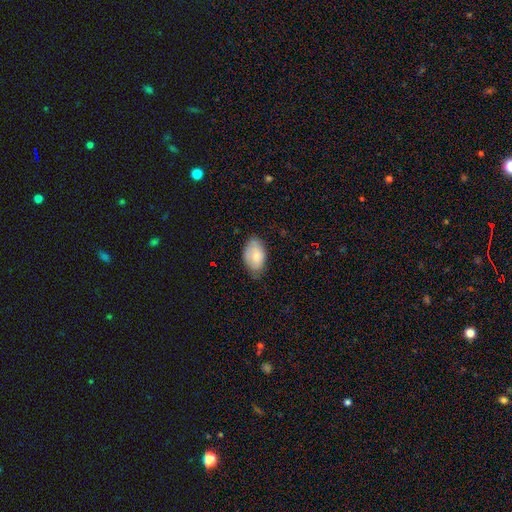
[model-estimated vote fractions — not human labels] smooth 76%, featured or disk 17%, star or artifact 7%. Down the decision tree: how rounded — in between (92%); merging — none (65%).